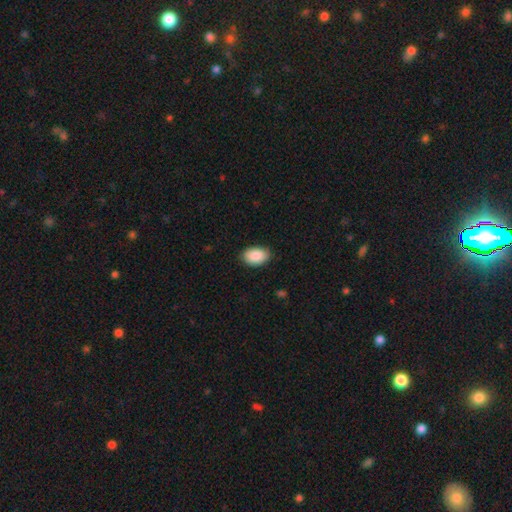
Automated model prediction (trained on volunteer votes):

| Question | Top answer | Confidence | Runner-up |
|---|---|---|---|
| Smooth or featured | smooth | 90% | star or artifact (6%) |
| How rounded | in between | 89% | round (9%) |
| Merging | none | 87% | minor disturbance (11%) |